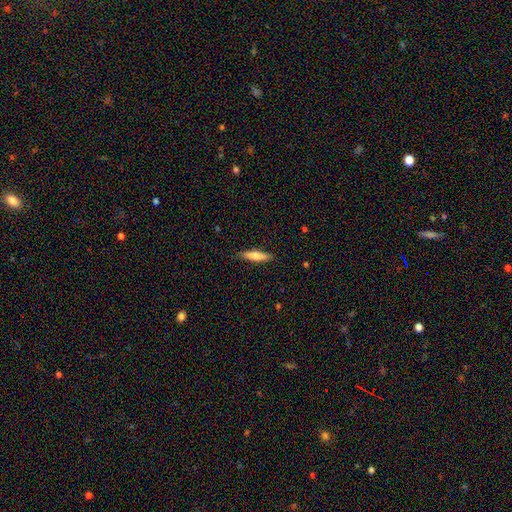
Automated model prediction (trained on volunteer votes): smooth 69%, featured or disk 25%, star or artifact 6%. Down the decision tree: how rounded — cigar-shaped (80%); merging — none (87%).